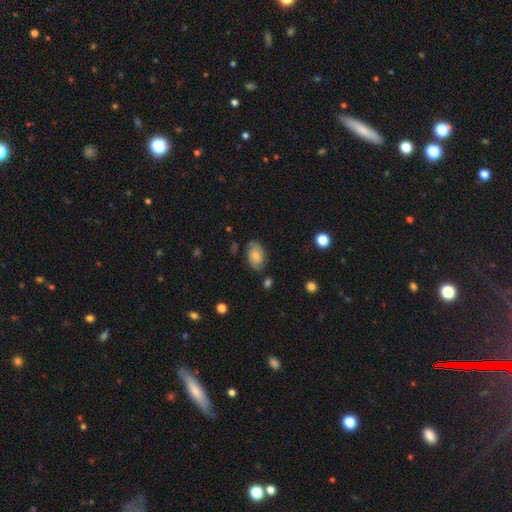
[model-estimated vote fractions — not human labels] Q: Smooth or featured?
A: smooth (52%); runner-up: featured or disk (40%)
Q: How rounded?
A: in between (88%); runner-up: round (10%)
Q: Merging?
A: none (73%); runner-up: minor disturbance (19%)